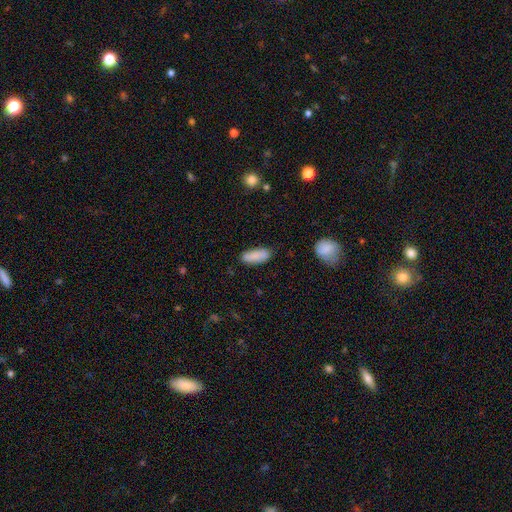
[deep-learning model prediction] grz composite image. It shows a smooth galaxy with no disk features (82%) that is in between round and cigar-shaped (75%). Merging: none (80%).